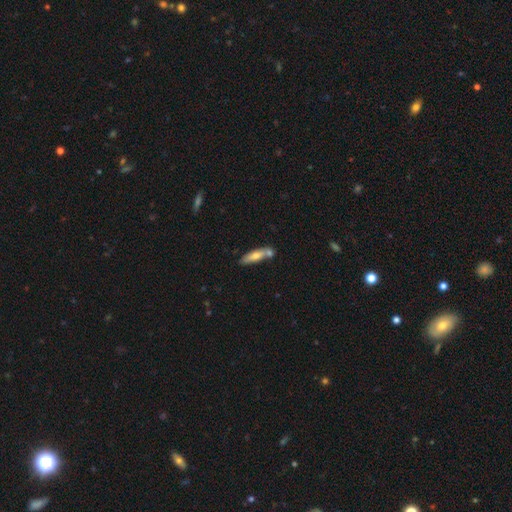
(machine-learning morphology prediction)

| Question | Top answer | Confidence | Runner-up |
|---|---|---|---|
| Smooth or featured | smooth | 63% | featured or disk (31%) |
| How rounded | cigar-shaped | 70% | in between (28%) |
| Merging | none | 55% | merger (26%) |